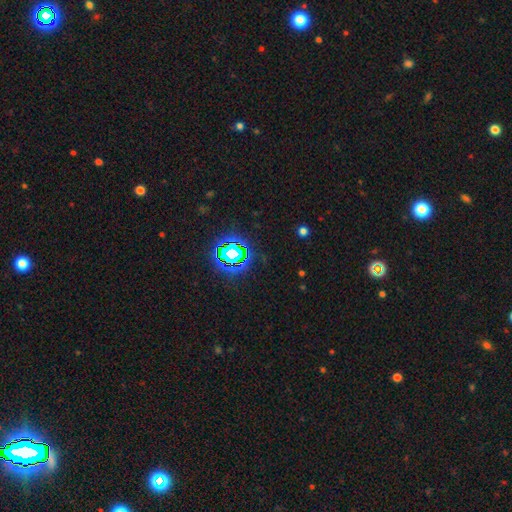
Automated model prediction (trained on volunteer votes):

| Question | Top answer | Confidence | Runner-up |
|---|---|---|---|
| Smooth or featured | star or artifact | 78% | smooth (14%) |